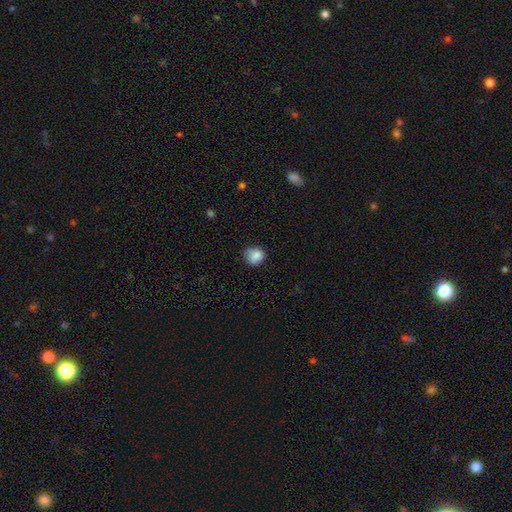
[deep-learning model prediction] Smooth or featured?
  - smooth: 86% *
  - star or artifact: 9%
  - featured or disk: 5%
How rounded?
  - round: 81% *
  - in between: 18%
  - cigar-shaped: 1%
Merging?
  - none: 69% *
  - minor disturbance: 24%
  - major disturbance: 5%
  - merger: 1%